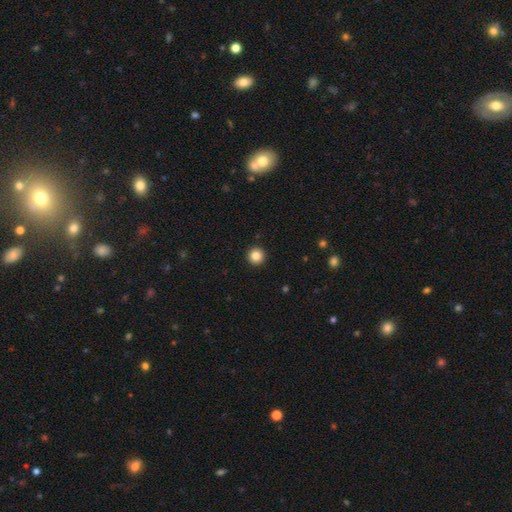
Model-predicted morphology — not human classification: This is clearly a smooth galaxy (85%). How rounded: clearly round (96%). Merging: clearly none (94%).